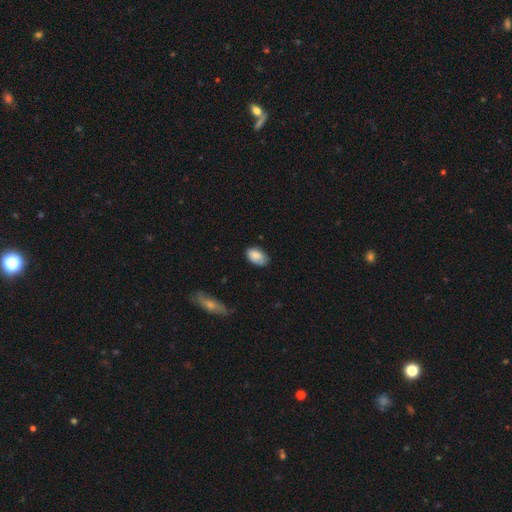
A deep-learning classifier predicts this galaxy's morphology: Overall: smooth (85%). How rounded: in between (92%). Merging: none (73%).